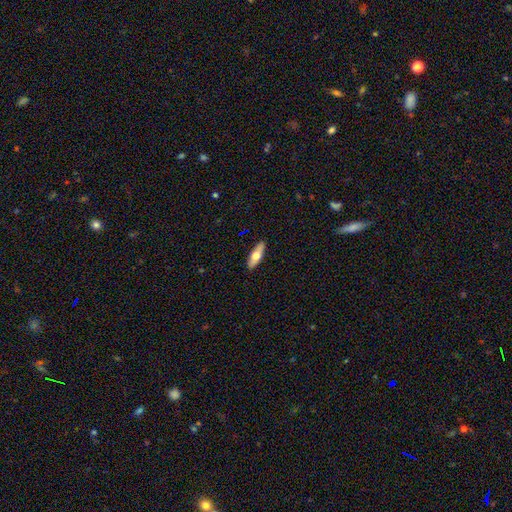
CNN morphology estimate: smooth 59%, featured or disk 35%, star or artifact 6%. Down the decision tree: how rounded — in between (58%); merging — none (90%).